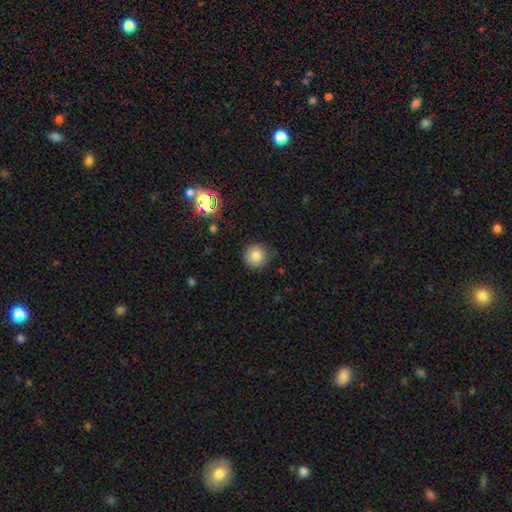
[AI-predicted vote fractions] Smooth or featured? smooth (84%)
How rounded? round (95%)
Merging? none (87%)